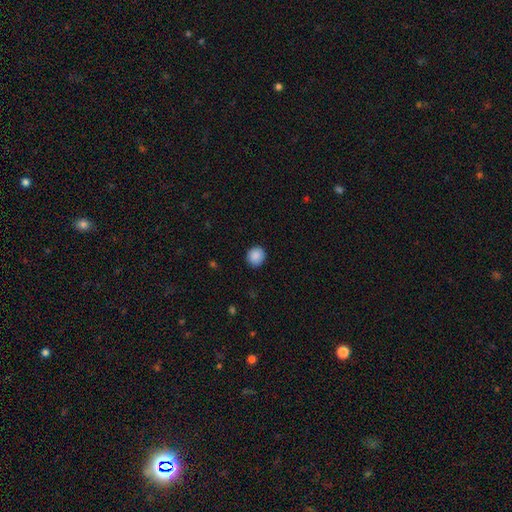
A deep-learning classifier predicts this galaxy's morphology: This is clearly a smooth galaxy (89%). How rounded: clearly round (87%). Merging: clearly none (89%).